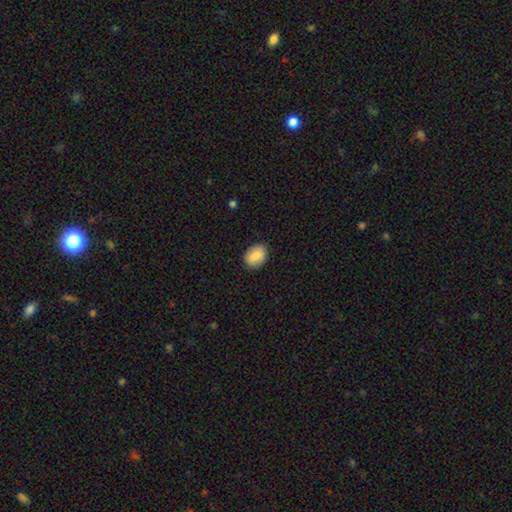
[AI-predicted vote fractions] smooth-or-featured: smooth: 84% | featured or disk: 9% | star or artifact: 7%
  how-rounded: in between: 70% | round: 29% | cigar-shaped: 1%
  merging: none: 86% | minor disturbance: 11% | major disturbance: 2% | merger: 1%